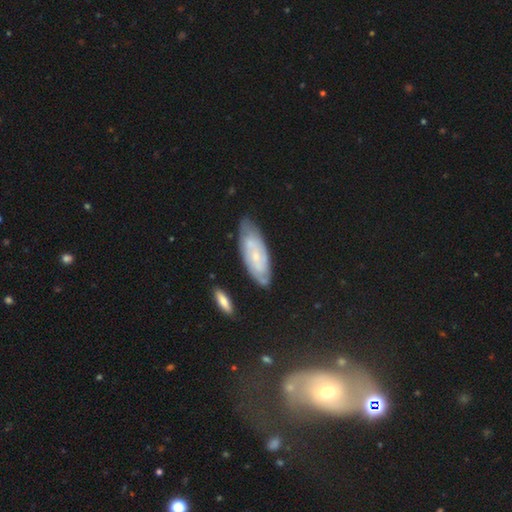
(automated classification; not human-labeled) Morphology: type=featured or disk (65%); edge-on=no (86%); bar=no (67%); spiral arms=yes (83%); bulge=small (73%); merging=none (73%).